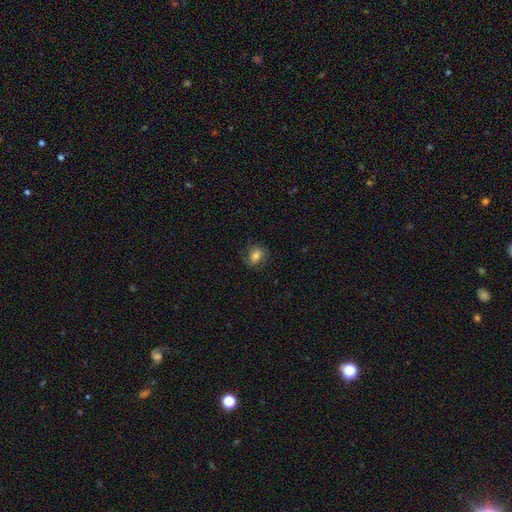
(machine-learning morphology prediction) This is likely a smooth galaxy (63%). How rounded: possibly round (51%). Merging: likely none (72%).